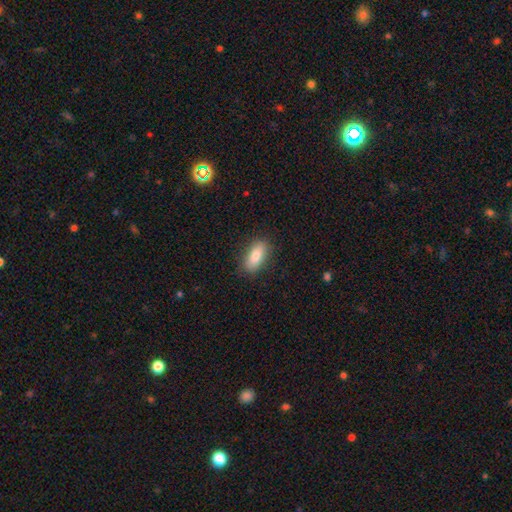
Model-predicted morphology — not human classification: Smooth or featured? smooth (81%)
How rounded? in between (83%)
Merging? none (86%)